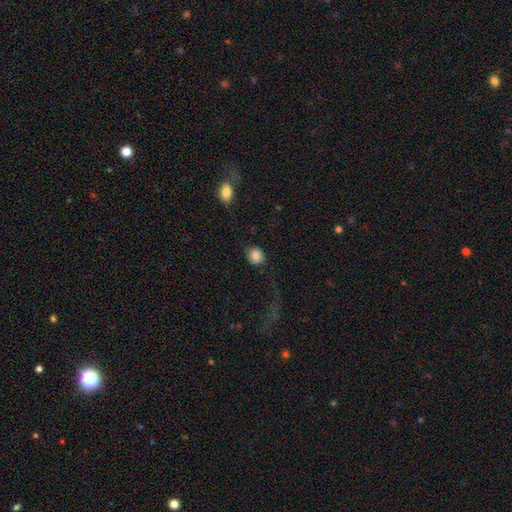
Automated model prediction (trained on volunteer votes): A smooth galaxy with no disk features (83%) that is round (76%). Merging: none (77%).